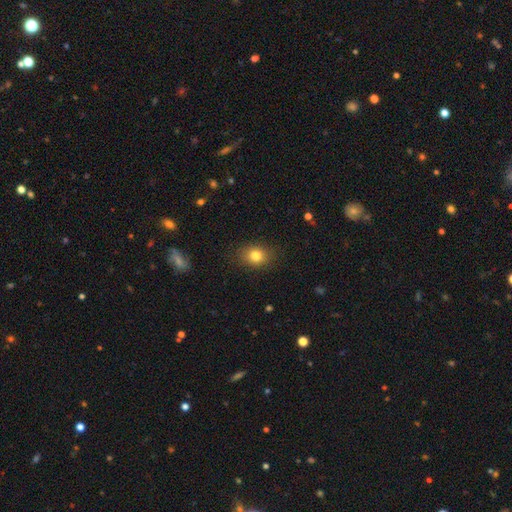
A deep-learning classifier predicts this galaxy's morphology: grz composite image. It shows a smooth galaxy with no disk features (81%) that is round (50%). Merging: none (86%).